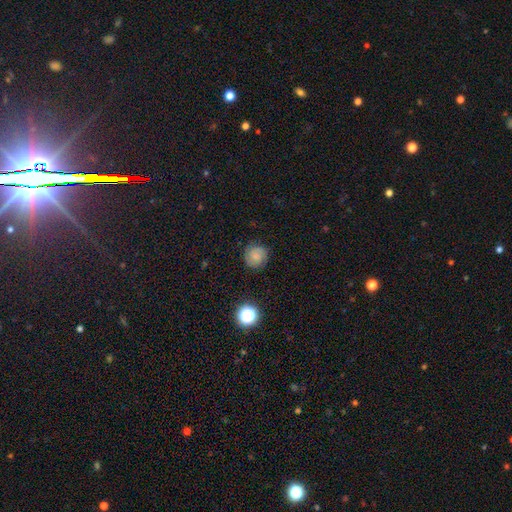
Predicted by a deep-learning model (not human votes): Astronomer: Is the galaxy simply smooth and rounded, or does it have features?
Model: smooth — 53% (runner-up: featured or disk, 34%).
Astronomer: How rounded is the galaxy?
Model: round — 88%.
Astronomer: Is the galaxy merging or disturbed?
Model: none — 82%.